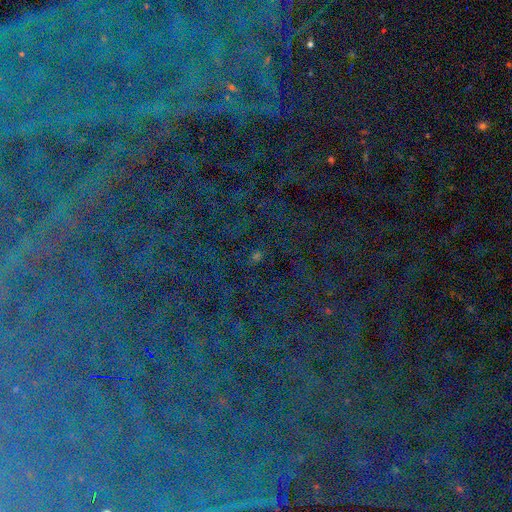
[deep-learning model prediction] The model was most divided on "smooth or featured": star or artifact: 80%, smooth: 12%, featured or disk: 8%.